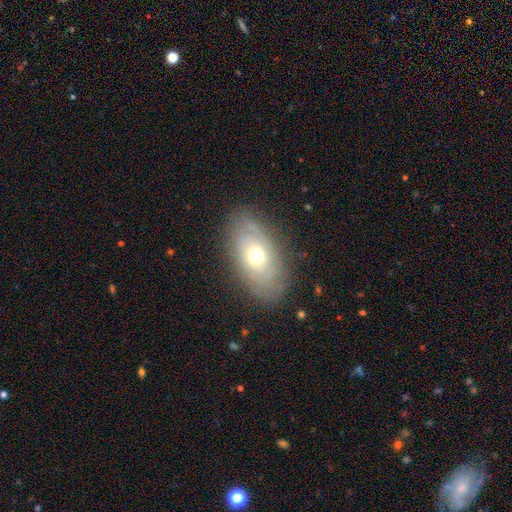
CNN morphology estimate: featured or disk 58%, smooth 34%, star or artifact 8%. Down the decision tree: edge-on disk — no (89%); bar — no (87%); spiral arms — yes (56%); bulge size — moderate (68%); merging — none (80%).